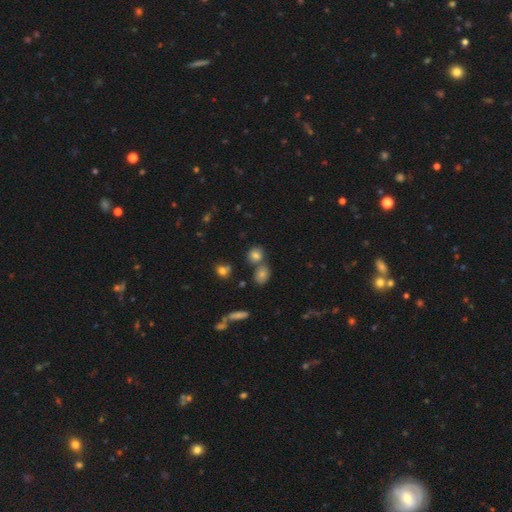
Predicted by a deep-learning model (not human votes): Smooth or featured?
  - smooth: 77% *
  - star or artifact: 14%
  - featured or disk: 9%
How rounded?
  - round: 72% *
  - in between: 26%
  - cigar-shaped: 2%
Merging?
  - none: 57% *
  - merger: 31%
  - minor disturbance: 9%
  - major disturbance: 3%